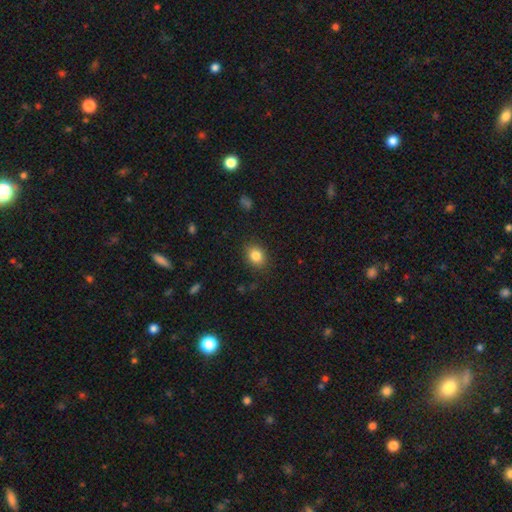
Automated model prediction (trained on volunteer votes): Smooth or featured? smooth (83%)
How rounded? in between (53%)
Merging? none (86%)